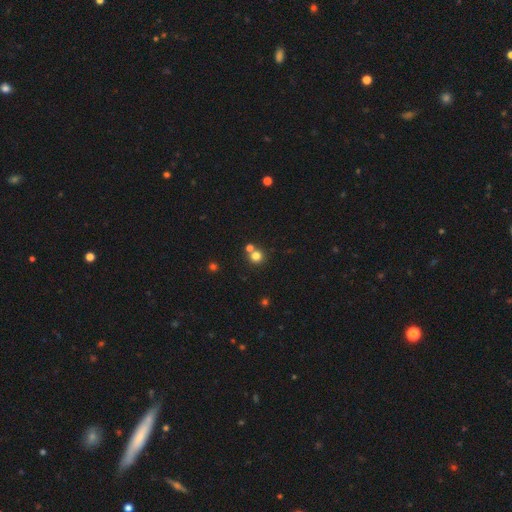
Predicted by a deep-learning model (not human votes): Morphology: type=smooth (77%); roundness=round (91%); merging=none (63%).